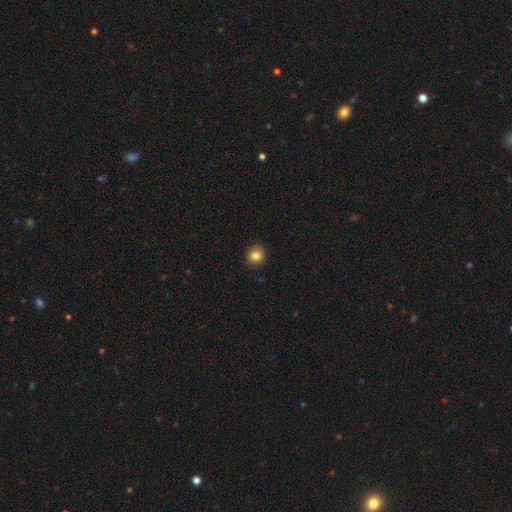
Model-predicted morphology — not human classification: Smooth or featured?
  - smooth: 84% *
  - star or artifact: 11%
  - featured or disk: 5%
How rounded?
  - round: 89% *
  - in between: 10%
  - cigar-shaped: 1%
Merging?
  - none: 92% *
  - minor disturbance: 6%
  - major disturbance: 2%
  - merger: 1%